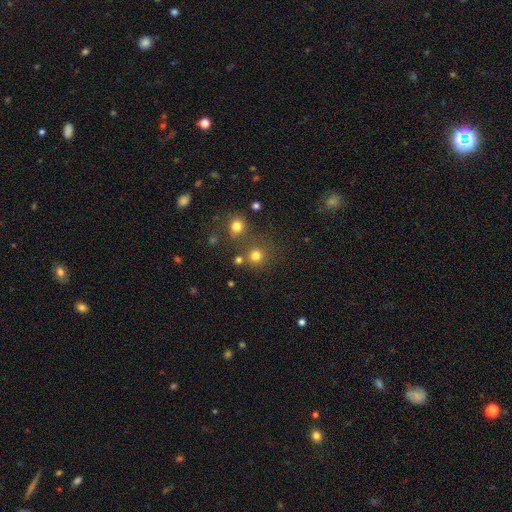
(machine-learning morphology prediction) Smooth or featured? smooth (76%)
How rounded? round (91%)
Merging? none (71%)